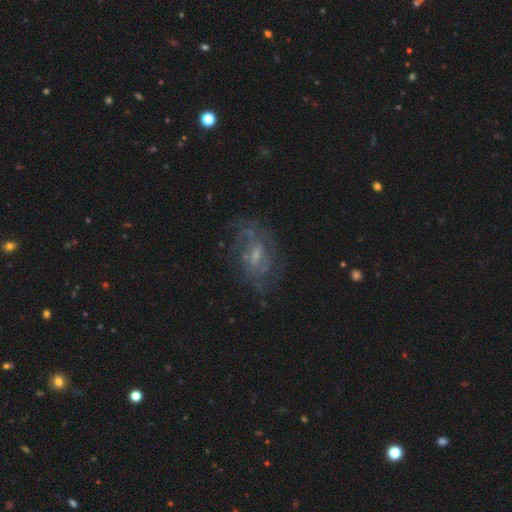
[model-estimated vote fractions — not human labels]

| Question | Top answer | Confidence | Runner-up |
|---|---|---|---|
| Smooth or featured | featured or disk | 73% | smooth (16%) |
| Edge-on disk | no | 95% | yes (5%) |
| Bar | weak | 54% | no (32%) |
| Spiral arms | yes | 75% | no (25%) |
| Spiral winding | medium | 41% | tight (37%) |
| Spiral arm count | can't tell | 50% | 2 (25%) |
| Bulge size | small | 50% | moderate (31%) |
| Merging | none | 64% | minor disturbance (18%) |